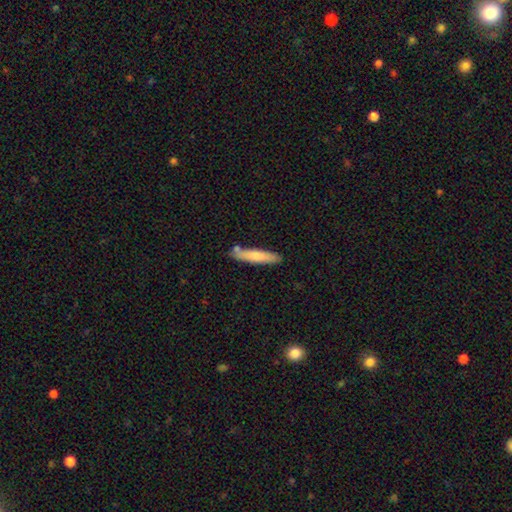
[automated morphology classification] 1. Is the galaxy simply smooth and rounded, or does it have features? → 74% smooth, 21% featured or disk, 5% star or artifact.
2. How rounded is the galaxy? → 89% cigar-shaped, 10% in between, 1% round.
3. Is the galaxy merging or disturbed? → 78% none, 13% minor disturbance, 7% merger, 2% major disturbance.